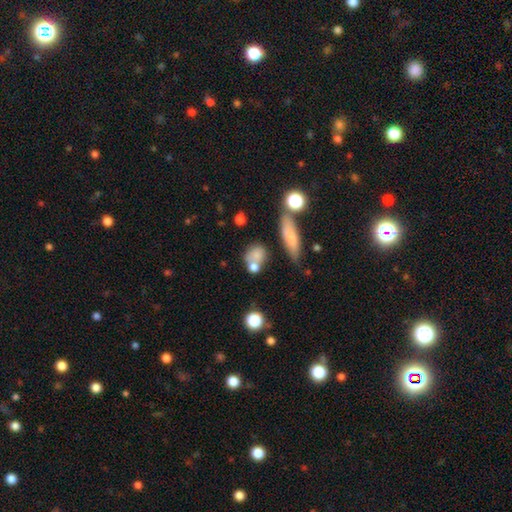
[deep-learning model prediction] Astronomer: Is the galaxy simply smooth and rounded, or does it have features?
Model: smooth — 73%.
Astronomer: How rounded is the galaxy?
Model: round — 58% (runner-up: in between, 36%).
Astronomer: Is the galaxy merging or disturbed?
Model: none — 48% (runner-up: merger, 30%).